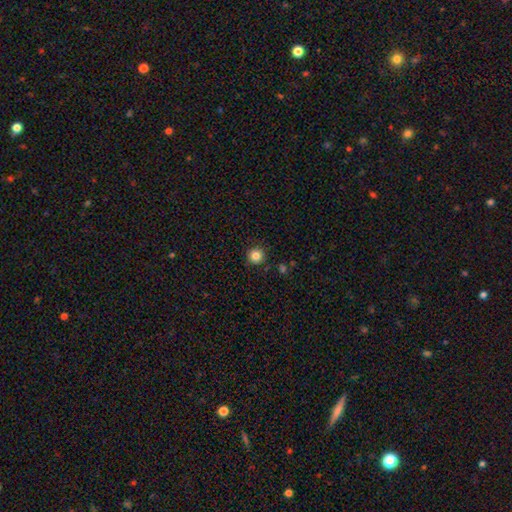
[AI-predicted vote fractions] Smooth or featured: smooth — 84% (star or artifact — 11%)
How rounded: round — 95% (in between — 4%)
Merging: none — 91% (minor disturbance — 6%)